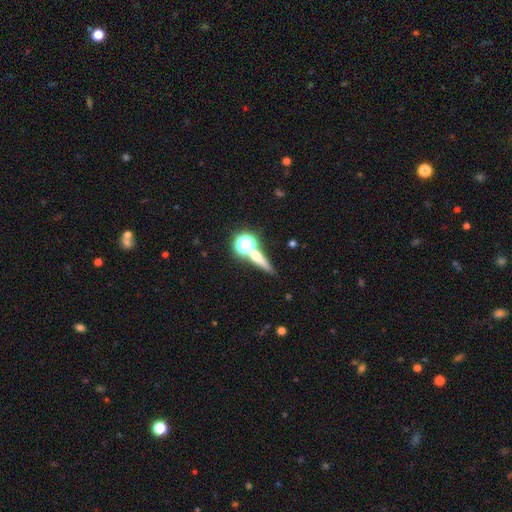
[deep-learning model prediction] A smooth galaxy with no disk features (46%).

Vote fractions:
- Smooth or featured? smooth: 46% / featured or disk: 29% / star or artifact: 24%
- Merging? none: 62% / merger: 22% / minor disturbance: 10% / major disturbance: 6%